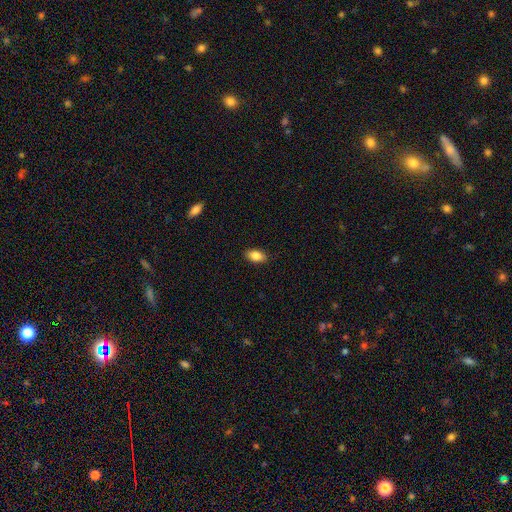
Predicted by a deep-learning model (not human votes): A smooth galaxy with no disk features (86%) that is in between round and cigar-shaped (91%). Merging: none (88%).